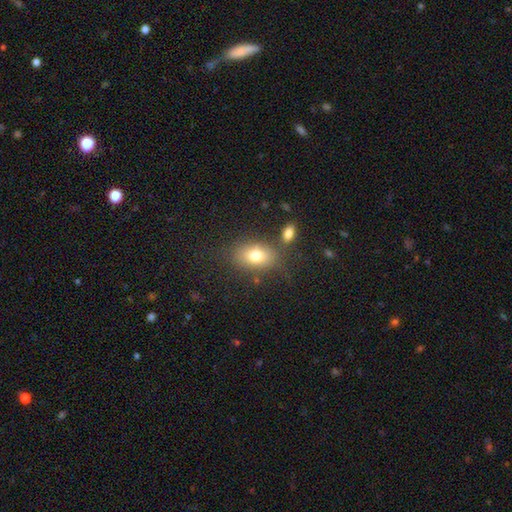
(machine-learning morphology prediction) Smooth or featured? smooth (76%)
How rounded? in between (81%)
Merging? none (70%)